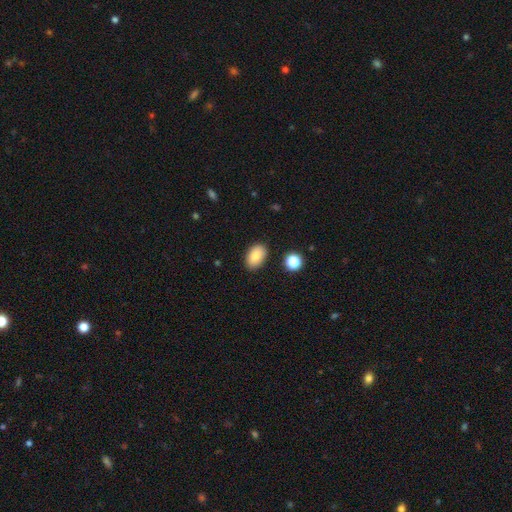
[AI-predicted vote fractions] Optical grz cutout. It shows a smooth galaxy with no disk features (84%) that is in between round and cigar-shaped (90%). Merging: none (87%).